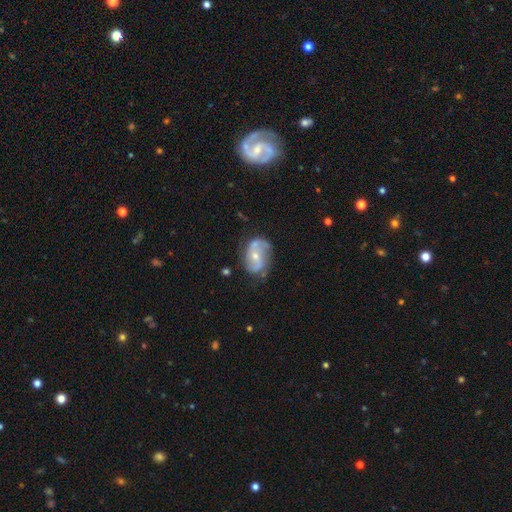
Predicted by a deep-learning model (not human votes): smooth_or_featured: featured or disk (p=0.80) [alt: smooth p=0.13]
disk_edge_on: no (p=0.97) [alt: yes p=0.03]
bar: no (p=0.50) [alt: weak p=0.37]
has_spiral_arms: yes (p=0.93) [alt: no p=0.07]
spiral_winding: loose (p=0.44) [alt: medium p=0.41]
spiral_arm_count: 2 (p=0.88) [alt: can't tell p=0.06]
bulge_size: small (p=0.49) [alt: moderate p=0.47]
merging: none (p=0.68) [alt: minor disturbance p=0.20]